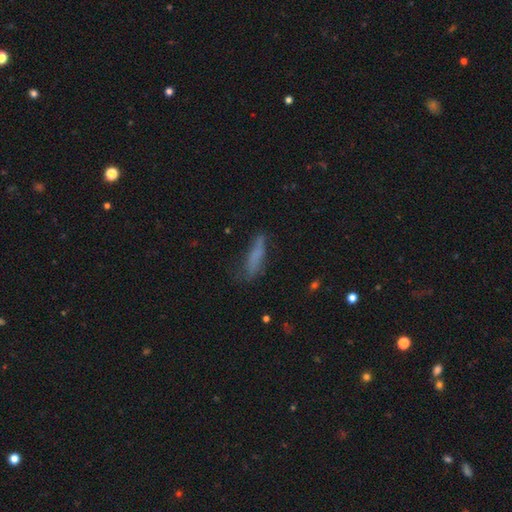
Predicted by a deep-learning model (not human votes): Smooth or featured: smooth — 65% (featured or disk — 22%)
How rounded: cigar-shaped — 76% (in between — 22%)
Merging: none — 55% (minor disturbance — 28%)